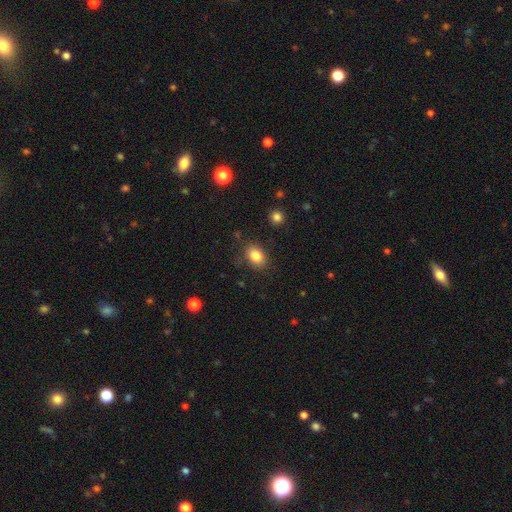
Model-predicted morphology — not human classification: Overall: smooth (84%). How rounded: in between (73%). Merging: none (82%).